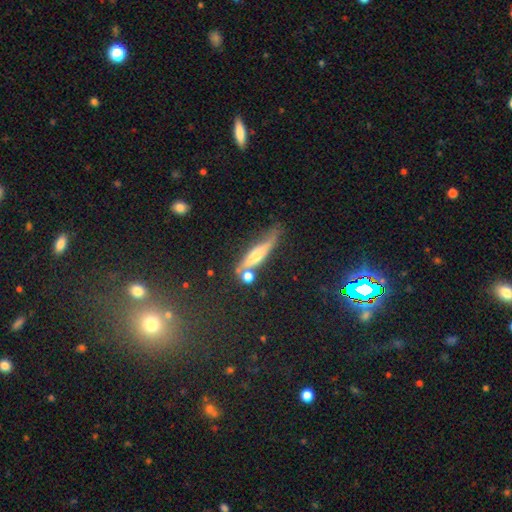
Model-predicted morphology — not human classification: Q: Smooth or featured?
A: featured or disk (46%); runner-up: smooth (39%)
Q: Merging?
A: none (56%); runner-up: minor disturbance (23%)